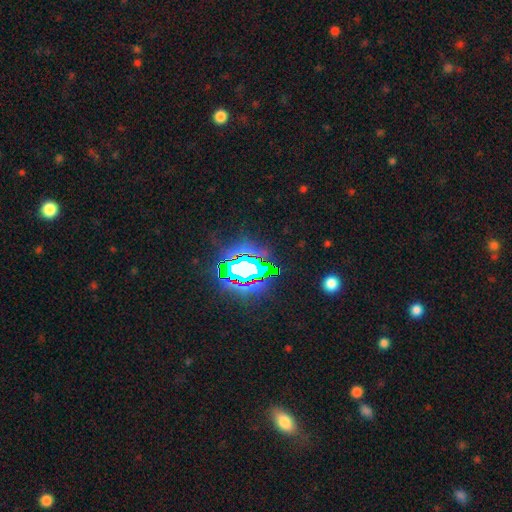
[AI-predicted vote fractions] smooth_or_featured: star or artifact (p=0.83) [alt: smooth p=0.10]